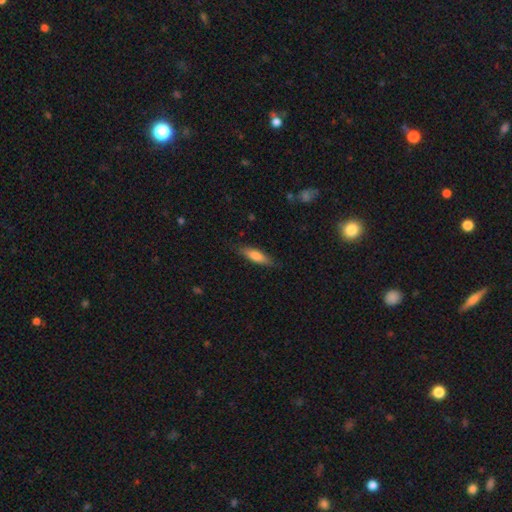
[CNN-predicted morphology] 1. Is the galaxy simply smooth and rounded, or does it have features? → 70% smooth, 24% featured or disk, 6% star or artifact.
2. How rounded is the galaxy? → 63% cigar-shaped, 35% in between, 2% round.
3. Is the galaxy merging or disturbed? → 83% none, 13% minor disturbance, 3% major disturbance, 1% merger.